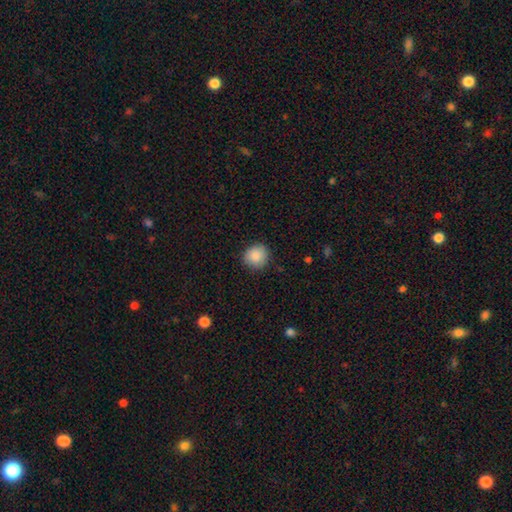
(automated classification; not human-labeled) Overall: smooth (88%). How rounded: round (90%). Merging: none (88%).